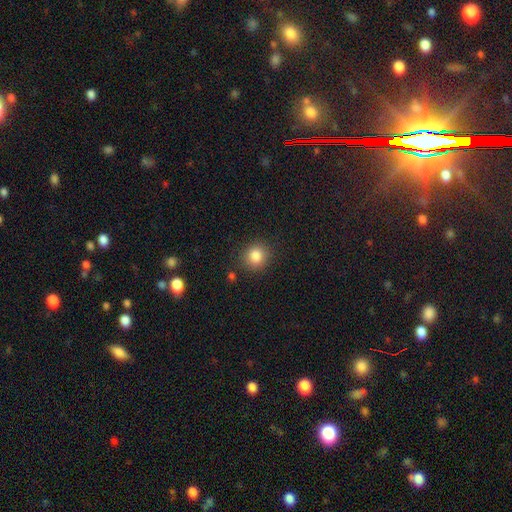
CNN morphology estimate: Overall: smooth (84%). How rounded: round (86%). Merging: none (86%).